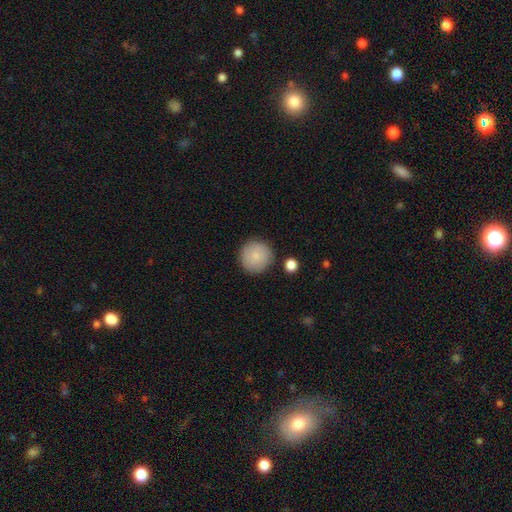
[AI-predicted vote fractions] smooth_or_featured: smooth (p=0.84) [alt: featured or disk p=0.09]
how_rounded: round (p=0.95) [alt: in between p=0.04]
merging: none (p=0.86) [alt: minor disturbance p=0.09]